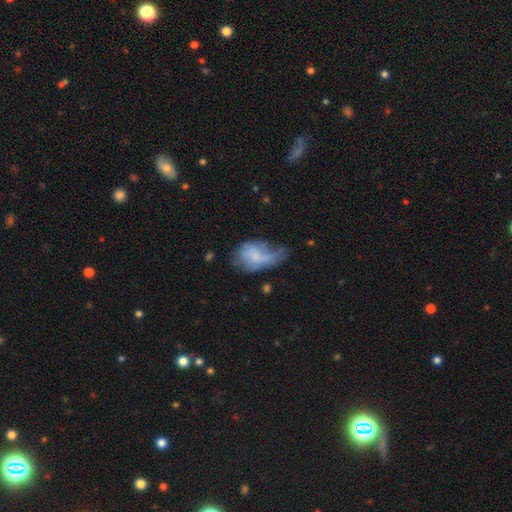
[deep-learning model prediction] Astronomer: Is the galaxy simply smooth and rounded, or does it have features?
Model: smooth — 50% (runner-up: featured or disk, 41%).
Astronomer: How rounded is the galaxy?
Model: in between — 84%.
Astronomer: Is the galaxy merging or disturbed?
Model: major disturbance — 44% (runner-up: minor disturbance, 30%).